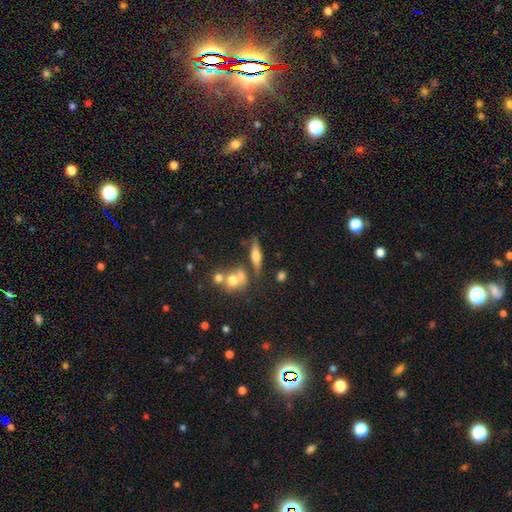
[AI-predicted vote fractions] Overall: smooth (49%; featured or disk 42%). Merging: none (64%).